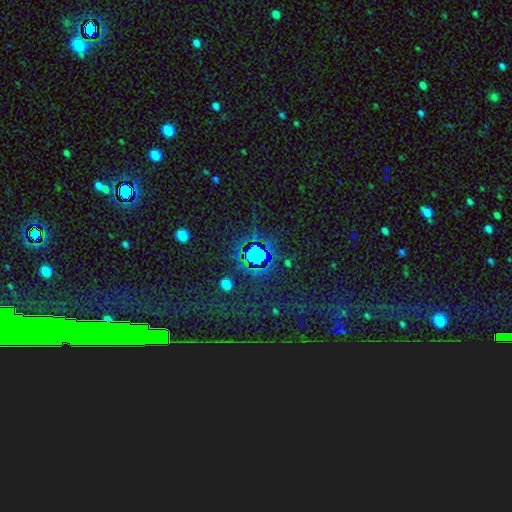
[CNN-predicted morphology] Smooth or featured? Predicted: star or artifact (p=0.76).